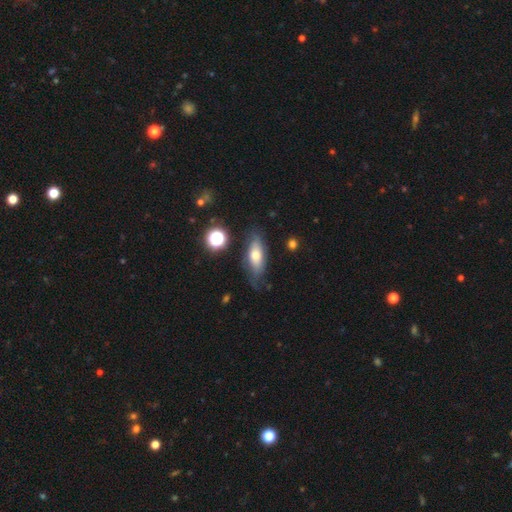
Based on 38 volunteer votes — featured or disk 47%, smooth 45%, star or artifact 8%. Down the decision tree: edge-on disk — no (83%); bar — no (80%); spiral arms — no (60%); bulge size — moderate (47%); merging — none (63%).